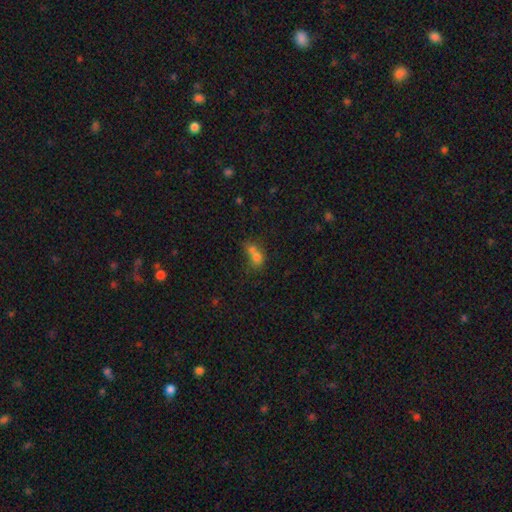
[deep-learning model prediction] Smooth or featured? smooth (69%)
How rounded? round (53%)
Merging? merger (68%)